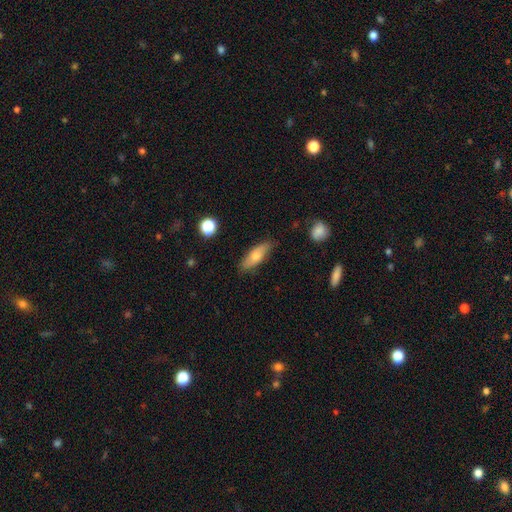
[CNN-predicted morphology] This is likely a smooth galaxy (69%). How rounded: likely in between (61%). Merging: likely none (78%).